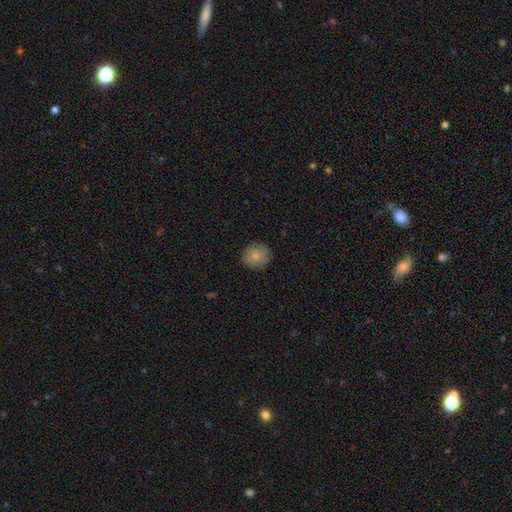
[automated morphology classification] This appears to be a smooth galaxy with no disk features (82%) that is round (89%). Merging: none (87%).